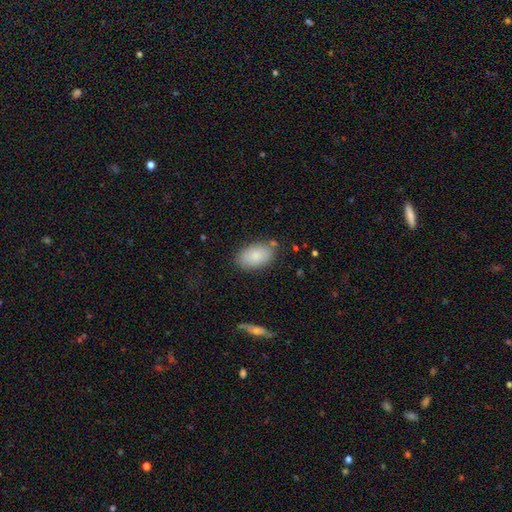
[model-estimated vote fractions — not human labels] A smooth galaxy with no disk features (84%) that is in between round and cigar-shaped (93%).

Vote fractions:
- Smooth or featured? smooth: 84% / featured or disk: 9% / star or artifact: 7%
- How rounded? in between: 93% / round: 6% / cigar-shaped: 1%
- Merging? none: 81% / minor disturbance: 13% / merger: 3% / major disturbance: 3%